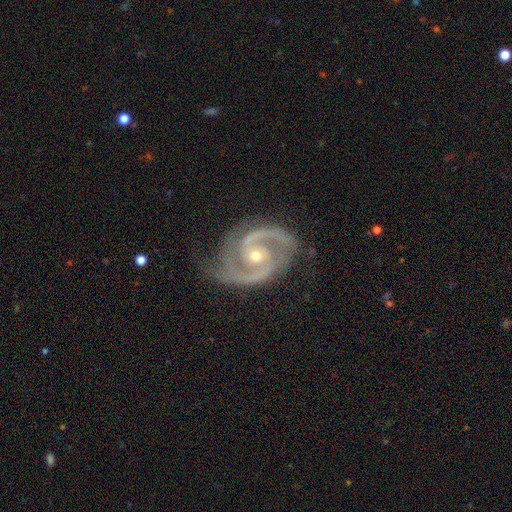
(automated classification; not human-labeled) This is clearly a featured or disk galaxy (93%). It is clearly not viewed edge-on (98%). Bar: possibly no (57%). Spiral arm pattern: clearly yes (99%). Spiral arm count: clearly 2 (89%). Spiral winding: possibly medium (53%). Central bulge: possibly small (54%). Merging: likely none (73%).